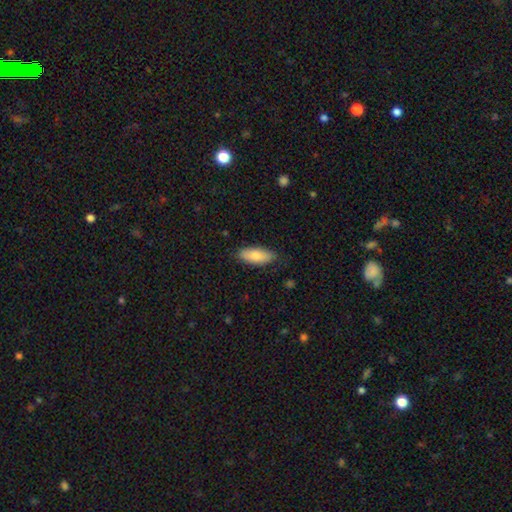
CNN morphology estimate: Smooth or featured?
  - smooth: 79% *
  - featured or disk: 15%
  - star or artifact: 6%
How rounded?
  - in between: 81% *
  - cigar-shaped: 16%
  - round: 2%
Merging?
  - none: 82% *
  - minor disturbance: 15%
  - major disturbance: 2%
  - merger: 1%